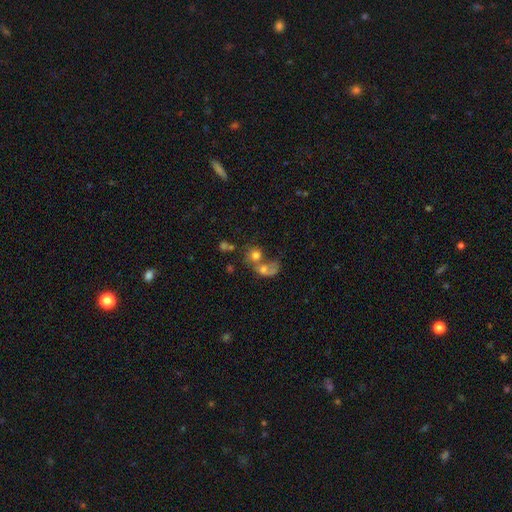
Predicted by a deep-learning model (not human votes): Overall: smooth (63%; featured or disk 24%). How rounded: round (71%). Merging: merger (62%).